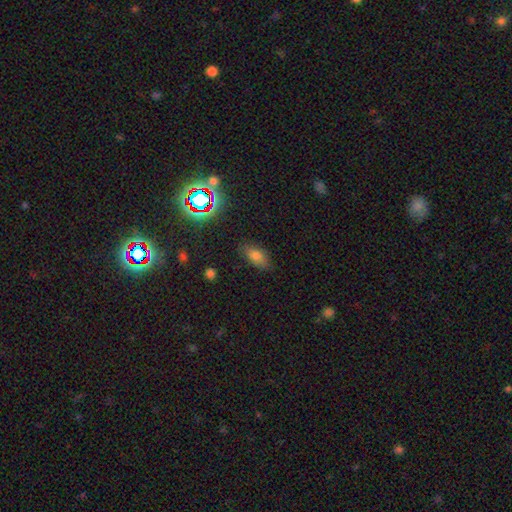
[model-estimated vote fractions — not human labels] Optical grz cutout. It shows a smooth galaxy with no disk features (72%) that is in between round and cigar-shaped (87%). Merging: none (80%).